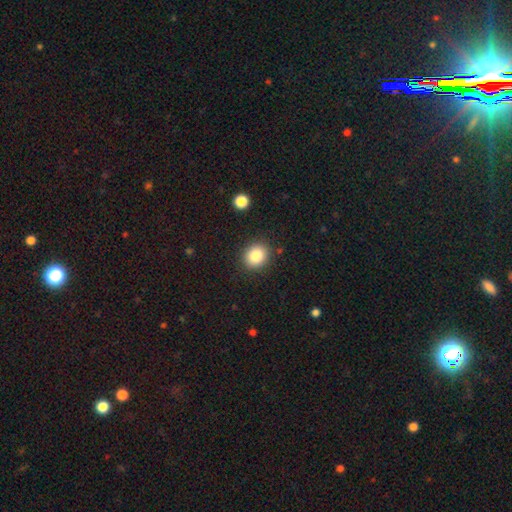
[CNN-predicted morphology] This appears to be a smooth galaxy with no disk features (83%) that is round (72%). Merging: none (89%).